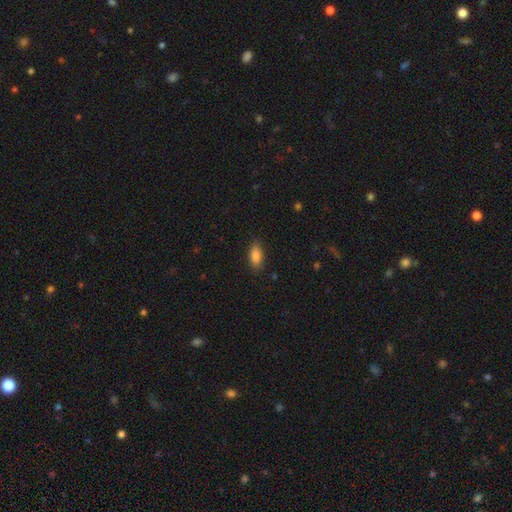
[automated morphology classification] A smooth galaxy with no disk features (86%) that is in between round and cigar-shaped (86%).

Vote fractions:
- Smooth or featured? smooth: 86% / star or artifact: 7% / featured or disk: 6%
- How rounded? in between: 86% / cigar-shaped: 11% / round: 3%
- Merging? none: 85% / minor disturbance: 12% / major disturbance: 3% / merger: 1%